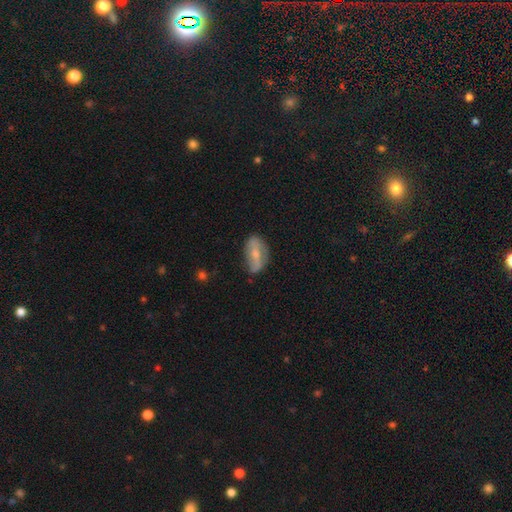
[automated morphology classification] Overall: smooth (50%; featured or disk 43%). Merging: none (62%; minor disturbance 27%).